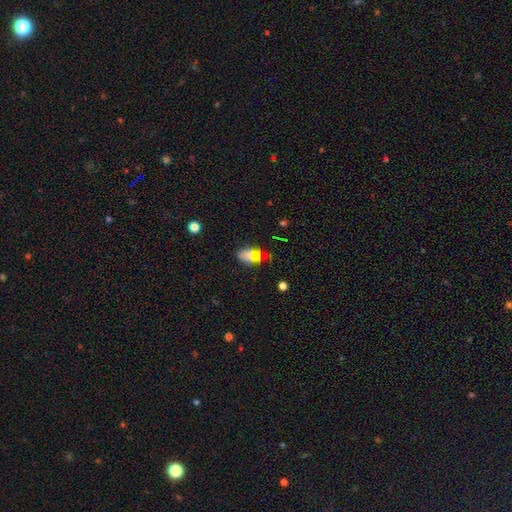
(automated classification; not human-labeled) Overall: smooth (65%; star or artifact 25%). How rounded: in between (84%). Merging: none (73%).